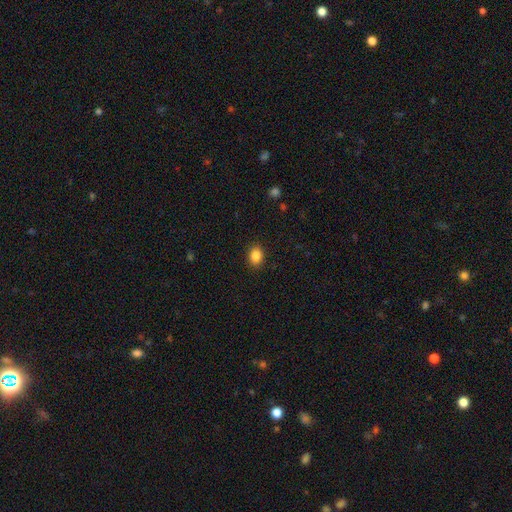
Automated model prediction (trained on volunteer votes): This appears to be a smooth galaxy with no disk features (87%) that is in between round and cigar-shaped (62%). Merging: none (89%).